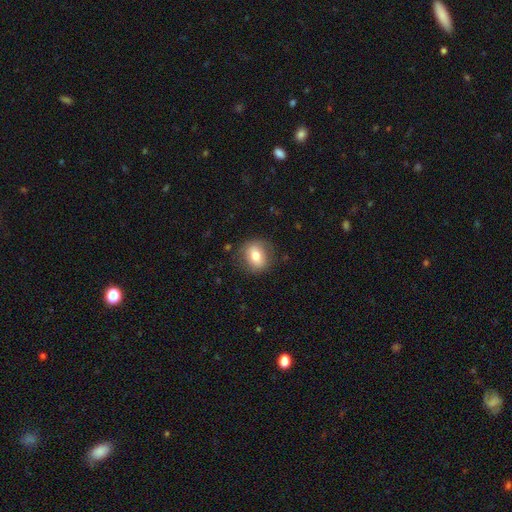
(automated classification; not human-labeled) A smooth galaxy with no disk features (71%) that is round (63%).

Vote fractions:
- Smooth or featured? smooth: 71% / featured or disk: 21% / star or artifact: 8%
- How rounded? round: 63% / in between: 36% / cigar-shaped: 1%
- Merging? none: 79% / minor disturbance: 14% / major disturbance: 5% / merger: 1%